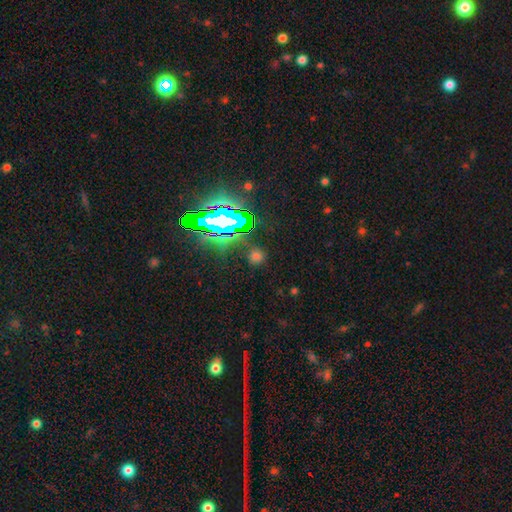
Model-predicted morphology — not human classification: Smooth or featured?
  - smooth: 52% *
  - star or artifact: 41%
  - featured or disk: 7%
How rounded?
  - round: 87% *
  - in between: 11%
  - cigar-shaped: 2%
Merging?
  - none: 83% *
  - minor disturbance: 10%
  - major disturbance: 4%
  - merger: 3%